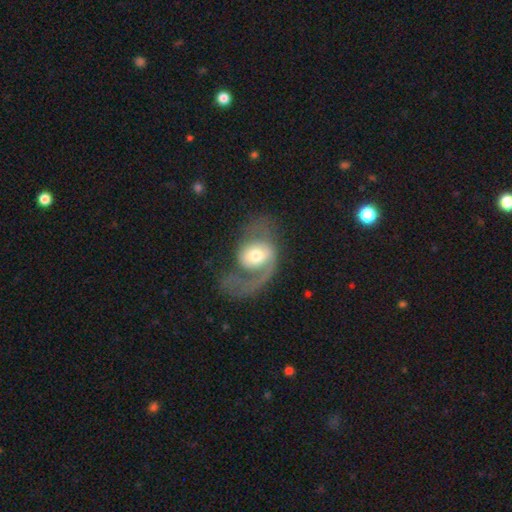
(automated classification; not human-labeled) smooth-or-featured: featured or disk: 67% | smooth: 27% | star or artifact: 6%
  disk-edge-on: no: 96% | yes: 4%
    bar: no: 61% | weak: 29% | strong: 10%
    has-spiral-arms: yes: 83% | no: 17%
      spiral-winding: loose: 48% | medium: 38% | tight: 14%
      spiral-arm-count: 2: 49% | 1: 42% | can't tell: 6% | 3: 1% | 4: 1% | more than 4: 1%
    bulge-size: moderate: 61% | large: 20% | small: 14% | dominant: 3% | none: 1%
  merging: major disturbance: 44% | none: 36% | minor disturbance: 17% | merger: 3%